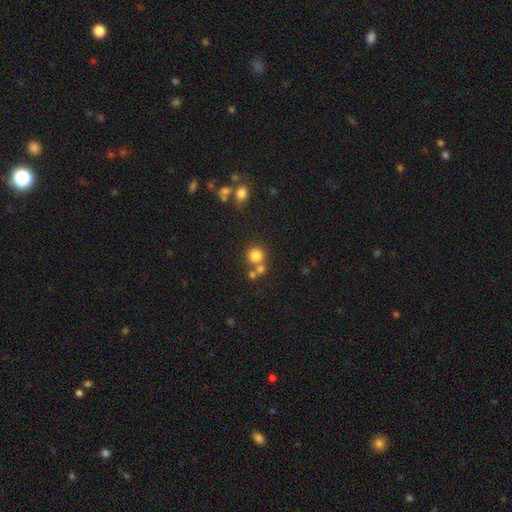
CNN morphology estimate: Overall: smooth (79%). How rounded: round (91%). Merging: none (62%; merger 27%).